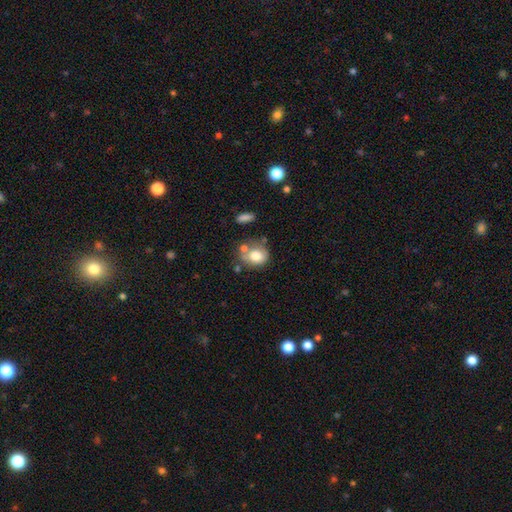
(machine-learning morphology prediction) type=smooth (72%); roundness=round (59%); merging=none (44%).